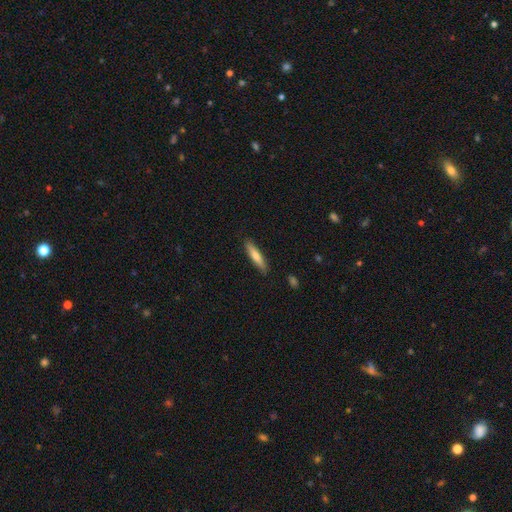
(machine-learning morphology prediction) Smooth or featured? Predicted: smooth (p=0.71). How rounded? Predicted: cigar-shaped (p=0.83). Merging? Predicted: none (p=0.88).